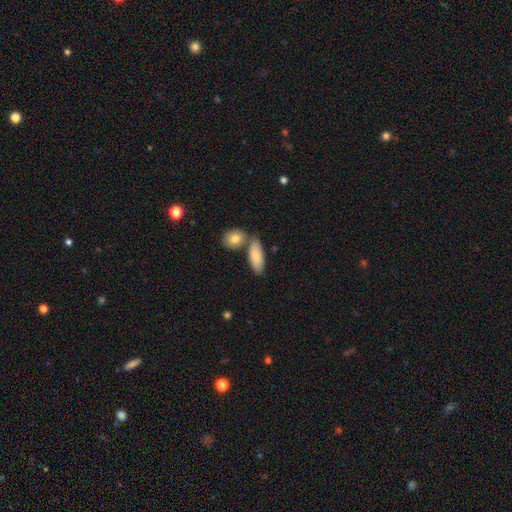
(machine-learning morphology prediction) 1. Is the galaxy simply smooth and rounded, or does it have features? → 82% smooth, 12% featured or disk, 6% star or artifact.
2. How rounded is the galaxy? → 76% in between, 21% cigar-shaped, 3% round.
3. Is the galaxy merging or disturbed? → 58% none, 26% merger, 13% minor disturbance, 3% major disturbance.